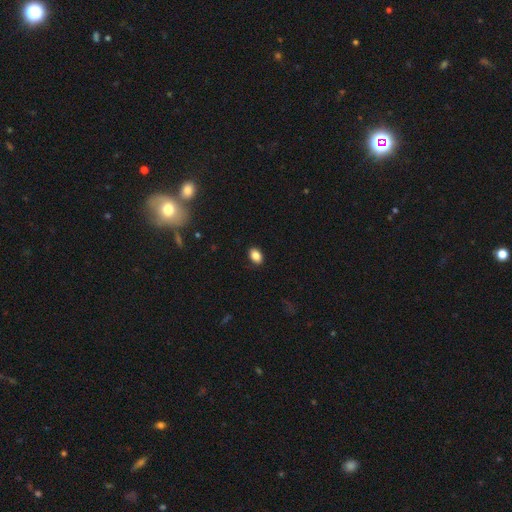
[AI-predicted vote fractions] Smooth or featured? Predicted: smooth (p=0.87). How rounded? Predicted: in between (p=0.85). Merging? Predicted: none (p=0.88).